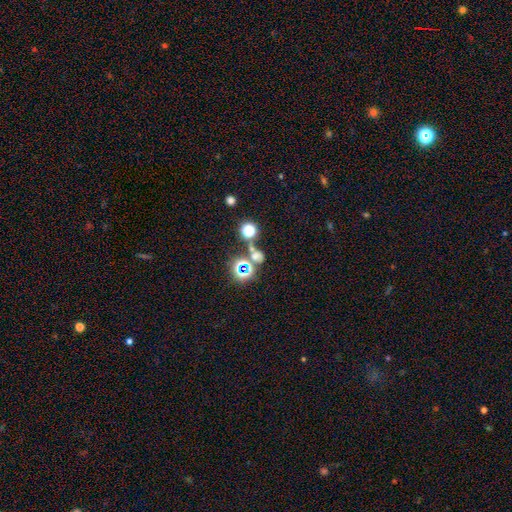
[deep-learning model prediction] Smooth or featured? star or artifact (51%)